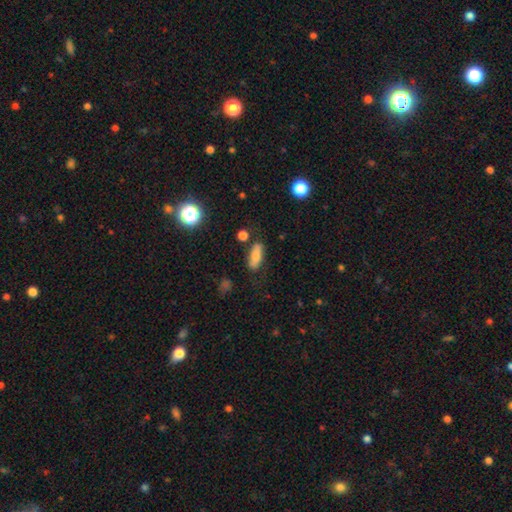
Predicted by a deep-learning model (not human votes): A smooth galaxy with no disk features (77%) that is in between round and cigar-shaped (69%).

Vote fractions:
- Smooth or featured? smooth: 77% / featured or disk: 13% / star or artifact: 10%
- How rounded? in between: 69% / cigar-shaped: 26% / round: 5%
- Merging? none: 75% / minor disturbance: 16% / major disturbance: 5% / merger: 4%